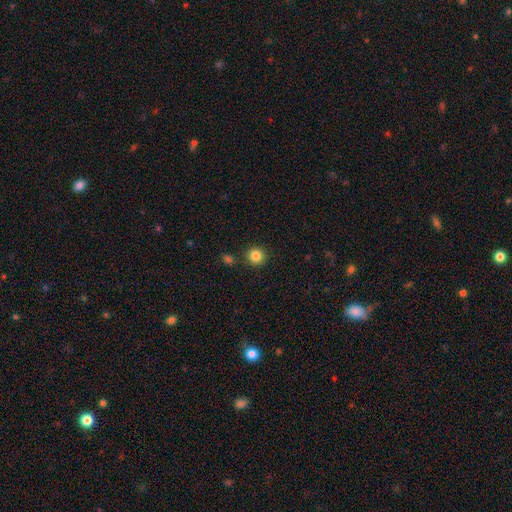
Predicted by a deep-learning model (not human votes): Smooth or featured? smooth (85%)
How rounded? round (93%)
Merging? none (87%)